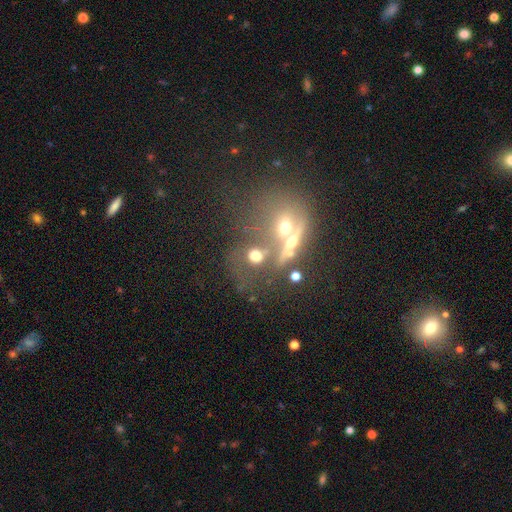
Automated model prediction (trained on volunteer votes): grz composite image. It shows a smooth galaxy with no disk features (57%) that is round (72%). Merging: merger (42%).